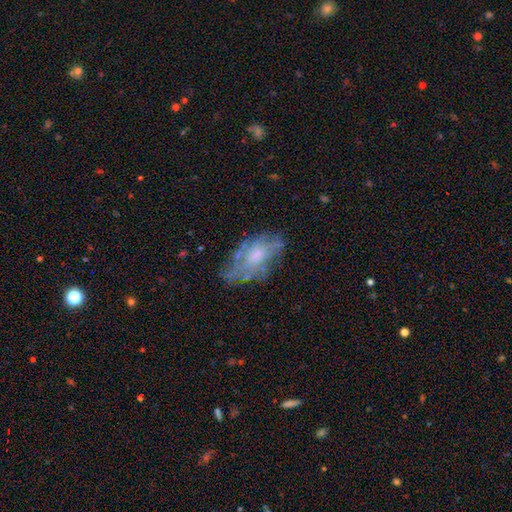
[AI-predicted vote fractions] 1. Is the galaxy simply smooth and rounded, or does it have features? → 59% featured or disk, 32% smooth, 9% star or artifact.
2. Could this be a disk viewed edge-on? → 93% no, 7% yes.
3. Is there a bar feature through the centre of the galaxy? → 78% no, 19% weak, 3% strong.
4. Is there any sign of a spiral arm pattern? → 55% no, 45% yes.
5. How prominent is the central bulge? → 44% moderate, 34% small, 13% none, 8% large, 1% dominant.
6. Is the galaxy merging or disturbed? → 55% none, 25% minor disturbance, 17% major disturbance, 3% merger.